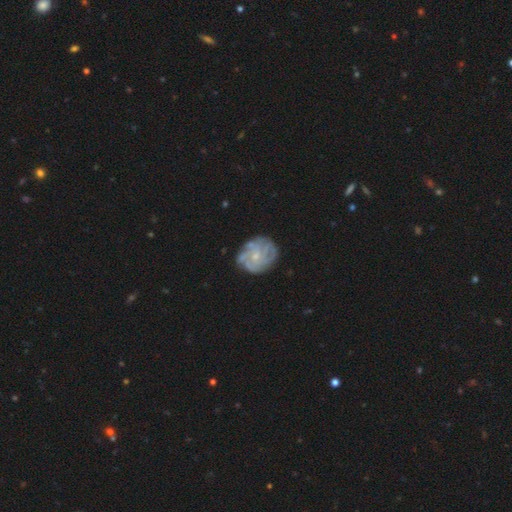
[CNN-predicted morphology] Smooth or featured? Predicted: featured or disk (p=0.73). Edge-on disk? Predicted: no (p=0.98). Bar? Predicted: no (p=0.75). Spiral arms? Predicted: yes (p=0.85). Spiral winding? Predicted: tight (p=0.56). Spiral arm count? Predicted: can't tell (p=0.40). Bulge size? Predicted: small (p=0.71). Merging? Predicted: none (p=0.75).